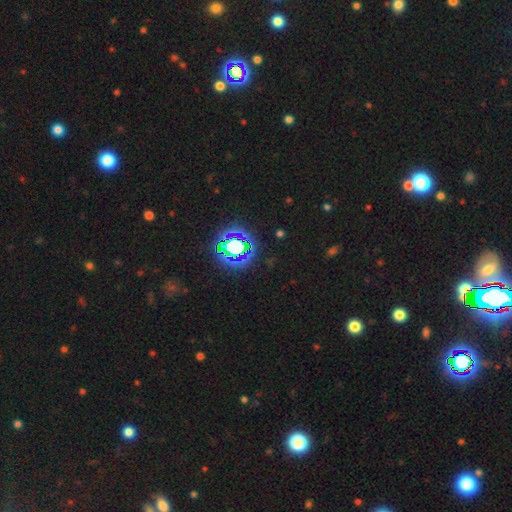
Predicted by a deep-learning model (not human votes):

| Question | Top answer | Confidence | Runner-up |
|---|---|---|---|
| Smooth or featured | star or artifact | 80% | smooth (12%) |